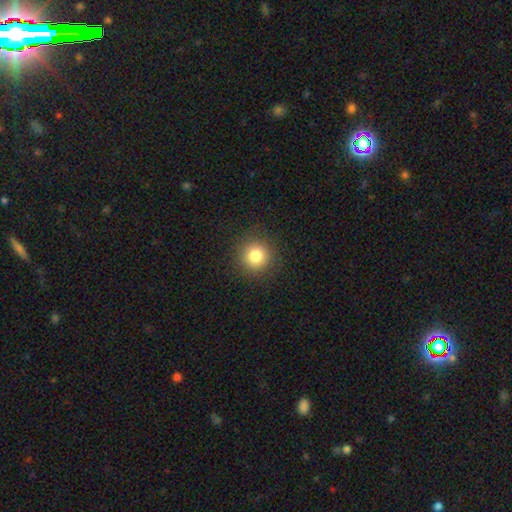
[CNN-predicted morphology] Smooth or featured: smooth — 82% (star or artifact — 12%)
How rounded: round — 94% (in between — 5%)
Merging: none — 90% (minor disturbance — 6%)